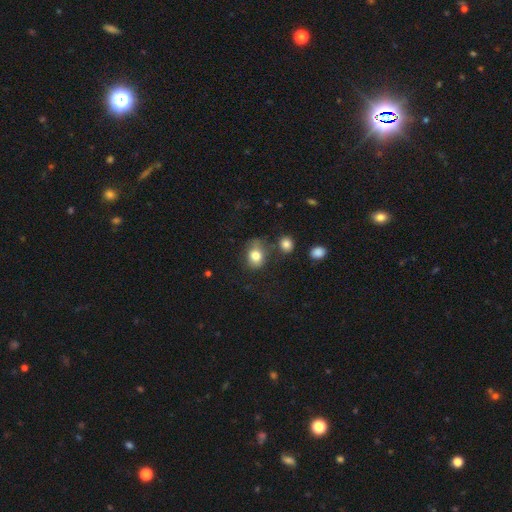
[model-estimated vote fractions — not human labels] A smooth galaxy with no disk features (80%) that is in between round and cigar-shaped (51%).

Vote fractions:
- Smooth or featured? smooth: 80% / featured or disk: 10% / star or artifact: 9%
- How rounded? in between: 51% / round: 48% / cigar-shaped: 1%
- Merging? none: 52% / minor disturbance: 26% / major disturbance: 12% / merger: 10%